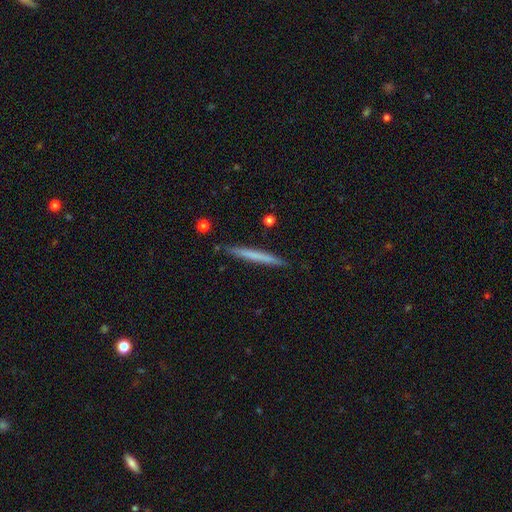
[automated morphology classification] smooth 58%, featured or disk 36%, star or artifact 5%. Down the decision tree: how rounded — cigar-shaped (97%); merging — none (90%).